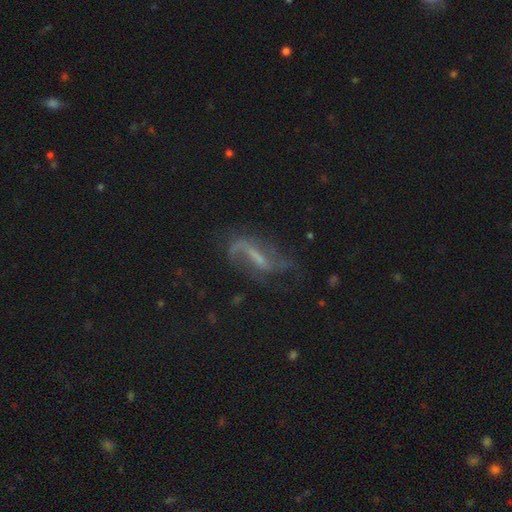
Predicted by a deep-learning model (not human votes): featured or disk 74%, smooth 15%, star or artifact 11%. Down the decision tree: edge-on disk — no (87%); bar — strong (42%); spiral arms — yes (85%); spiral arm count — 2 (62%); spiral winding — loose (64%); bulge size — none (41%); merging — none (51%).